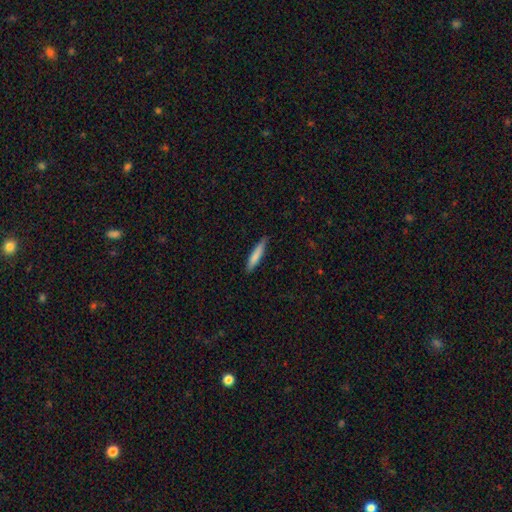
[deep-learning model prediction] smooth-or-featured: smooth: 79% | featured or disk: 15% | star or artifact: 5%
  how-rounded: cigar-shaped: 89% | in between: 9% | round: 1%
  merging: none: 86% | minor disturbance: 11% | major disturbance: 2% | merger: 1%